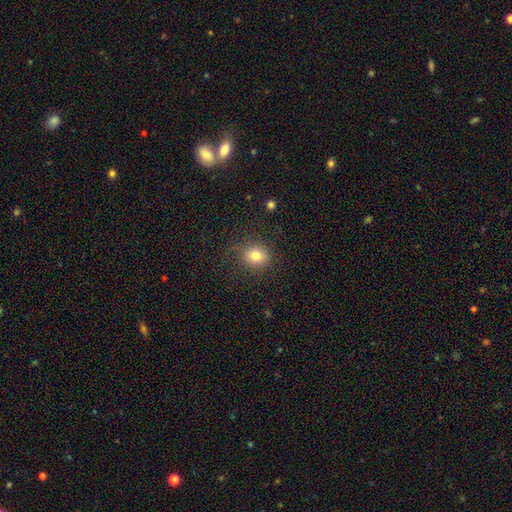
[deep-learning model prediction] Smooth or featured? smooth (79%)
How rounded? round (78%)
Merging? none (81%)